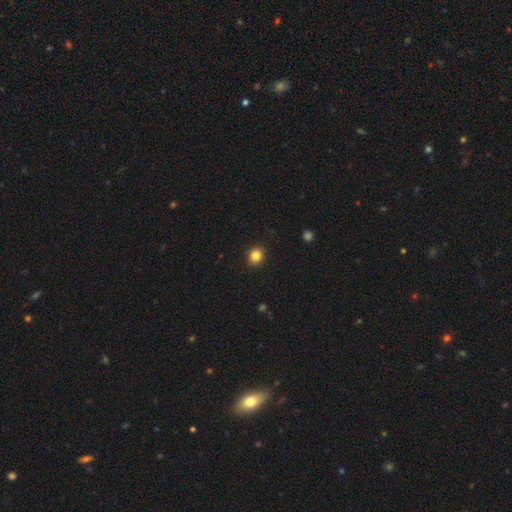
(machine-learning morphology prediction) Smooth or featured? Predicted: smooth (p=0.84). How rounded? Predicted: round (p=0.80). Merging? Predicted: none (p=0.92).